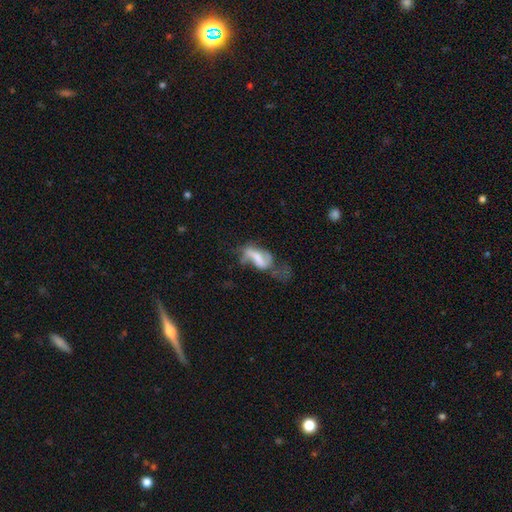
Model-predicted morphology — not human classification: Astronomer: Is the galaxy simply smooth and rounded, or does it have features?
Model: featured or disk — 58%.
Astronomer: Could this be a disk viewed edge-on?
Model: no — 91%.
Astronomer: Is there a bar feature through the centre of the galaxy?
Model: weak — 35% (runner-up: strong, 33%).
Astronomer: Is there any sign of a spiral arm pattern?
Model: yes — 59% (runner-up: no, 41%).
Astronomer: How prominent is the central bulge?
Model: none — 43% (runner-up: small, 23%).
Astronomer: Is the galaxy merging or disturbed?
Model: major disturbance — 46% (runner-up: none, 24%).